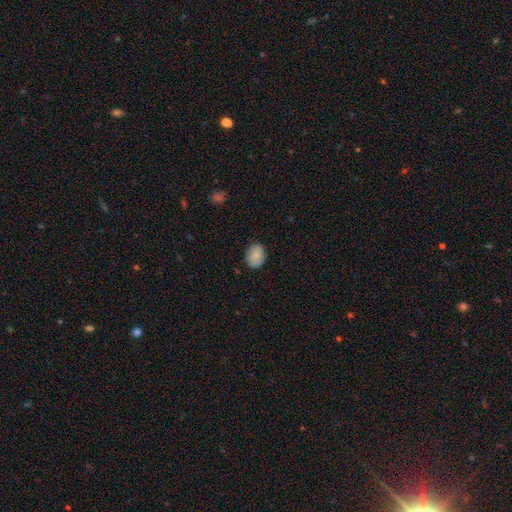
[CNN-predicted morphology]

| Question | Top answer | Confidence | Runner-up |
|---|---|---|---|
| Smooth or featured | smooth | 84% | featured or disk (9%) |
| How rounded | in between | 64% | round (35%) |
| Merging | none | 84% | minor disturbance (13%) |